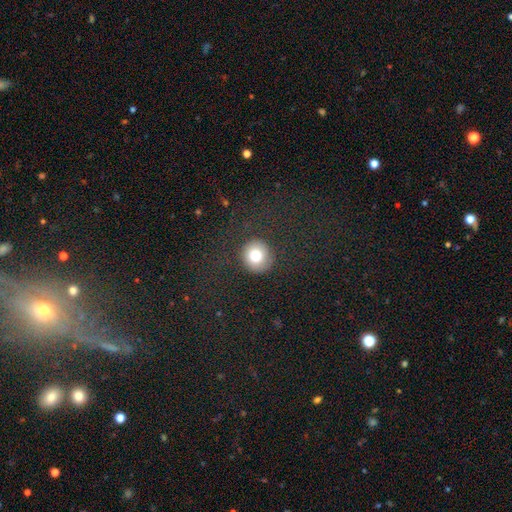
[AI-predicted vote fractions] Smooth or featured? smooth (78%)
How rounded? round (92%)
Merging? none (86%)